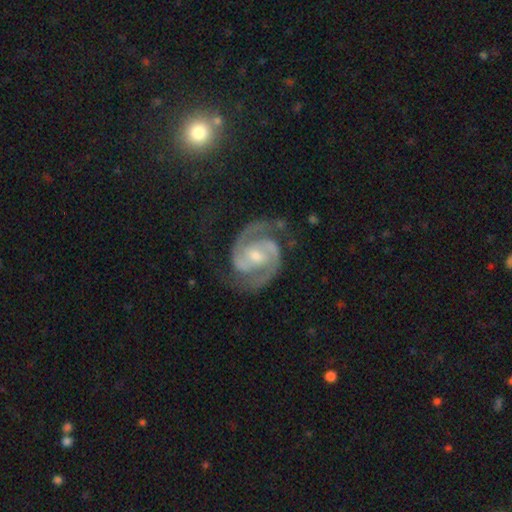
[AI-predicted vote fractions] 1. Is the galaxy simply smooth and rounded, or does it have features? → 93% featured or disk, 4% star or artifact, 3% smooth.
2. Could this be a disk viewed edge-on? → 98% no, 2% yes.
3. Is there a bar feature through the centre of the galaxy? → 42% no, 41% weak, 17% strong.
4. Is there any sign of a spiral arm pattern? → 99% yes, 1% no.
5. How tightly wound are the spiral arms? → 49% medium, 45% tight, 6% loose.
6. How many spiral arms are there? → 93% 2, 2% 3, 2% can't tell, 1% 1, 1% 4, 1% more than 4.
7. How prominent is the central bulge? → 50% small, 45% moderate, 3% none, 2% large, 1% dominant.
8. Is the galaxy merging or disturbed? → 77% none, 15% minor disturbance, 6% major disturbance, 2% merger.